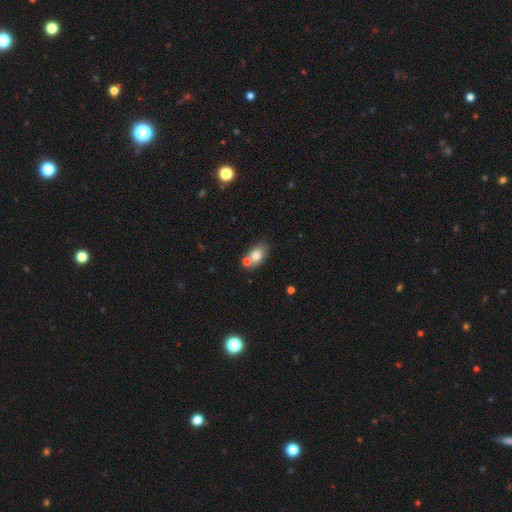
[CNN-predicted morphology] smooth 77%, featured or disk 14%, star or artifact 9%. Down the decision tree: how rounded — in between (81%); merging — none (51%).